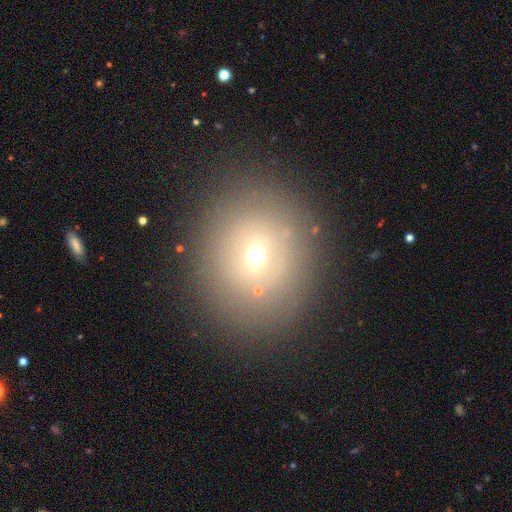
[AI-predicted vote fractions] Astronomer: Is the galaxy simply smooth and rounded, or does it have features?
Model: smooth — 55%.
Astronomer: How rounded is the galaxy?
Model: round — 70%.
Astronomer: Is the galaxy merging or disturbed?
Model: none — 81%.